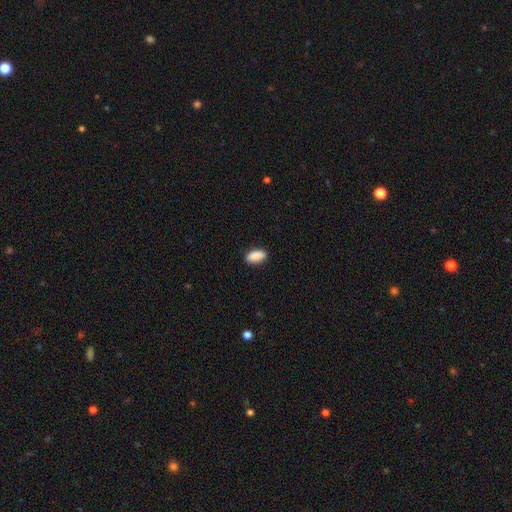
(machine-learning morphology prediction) Smooth or featured? smooth (90%)
How rounded? in between (91%)
Merging? none (88%)